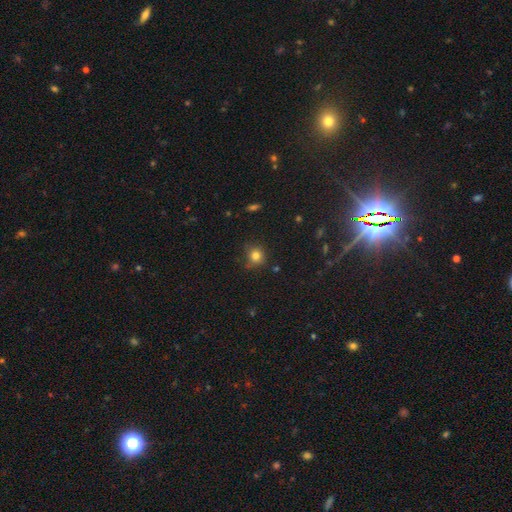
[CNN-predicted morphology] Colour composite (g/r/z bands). It shows a smooth galaxy with no disk features (80%) that is round (85%). Merging: none (77%).